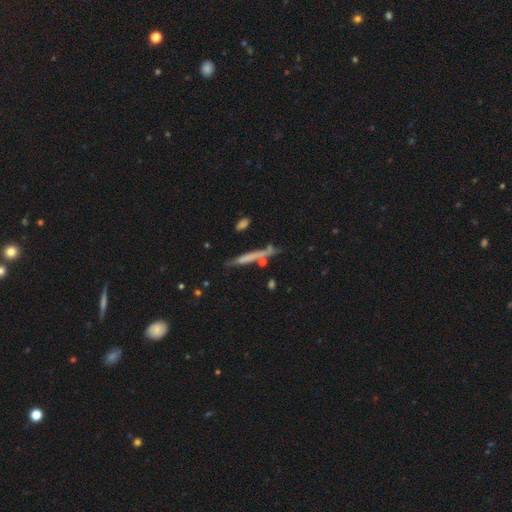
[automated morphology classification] Smooth or featured: smooth — 50% (featured or disk — 41%)
How rounded: cigar-shaped — 94% (in between — 4%)
Merging: none — 76% (minor disturbance — 14%)